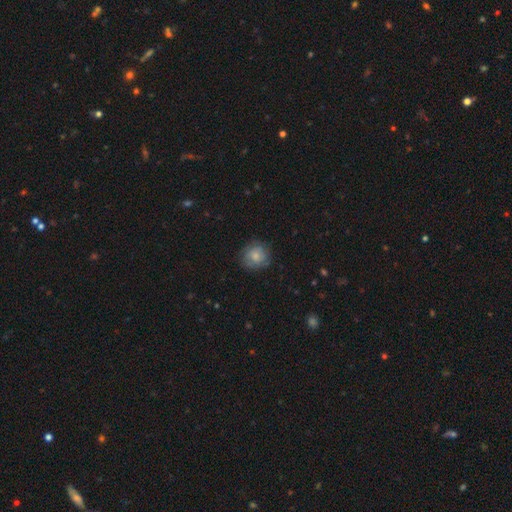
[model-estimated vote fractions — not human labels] The model was most divided on "merging": none: 76%, minor disturbance: 18%, major disturbance: 5%, merger: 1%. More confident: how rounded — round (86%); smooth or featured — smooth (75%).